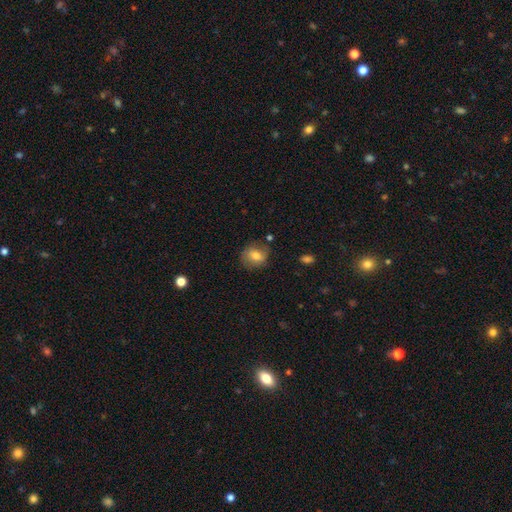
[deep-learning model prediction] This appears to be a smooth galaxy with no disk features (69%) that is round (62%). Merging: none (72%).